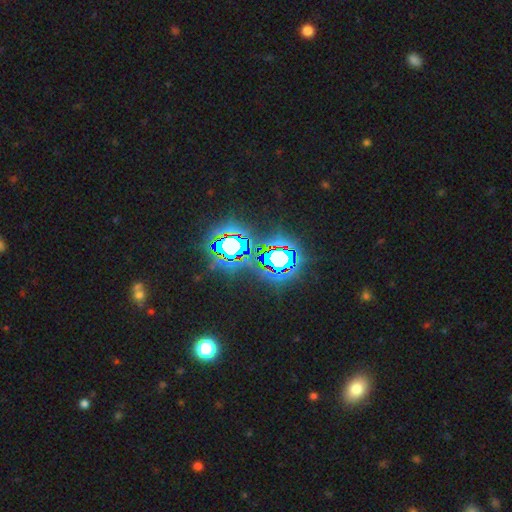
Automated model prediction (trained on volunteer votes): Smooth or featured? star or artifact (83%)